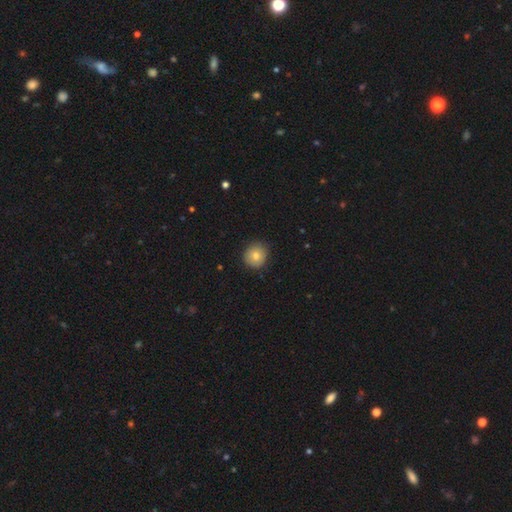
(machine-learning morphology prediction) This is likely a smooth galaxy (77%). How rounded: clearly round (91%). Merging: clearly none (85%).